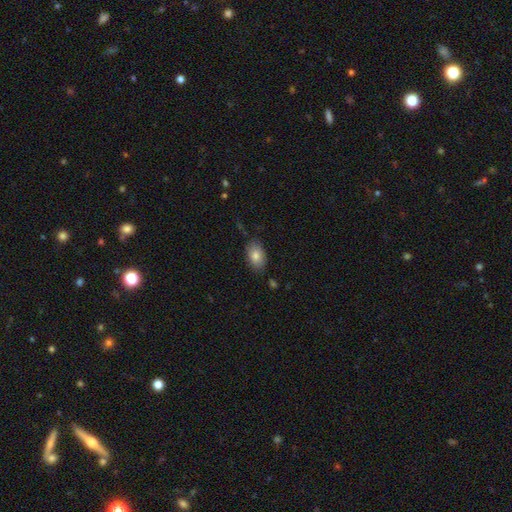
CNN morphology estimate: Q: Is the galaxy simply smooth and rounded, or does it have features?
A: smooth — 82%.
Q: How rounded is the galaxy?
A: in between — 91%.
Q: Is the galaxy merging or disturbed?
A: none — 81%.